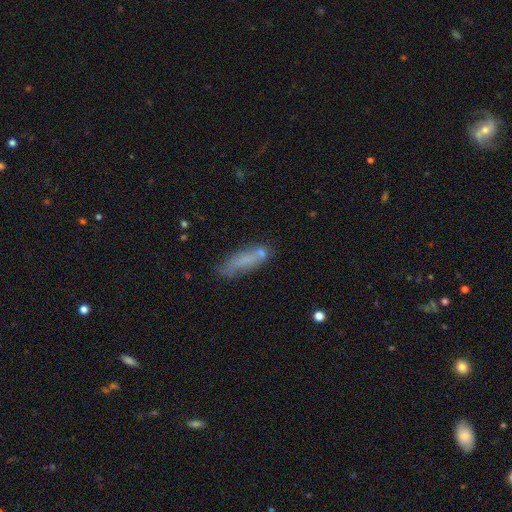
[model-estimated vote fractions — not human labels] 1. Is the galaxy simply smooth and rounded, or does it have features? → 70% smooth, 21% featured or disk, 9% star or artifact.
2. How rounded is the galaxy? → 61% cigar-shaped, 37% in between, 2% round.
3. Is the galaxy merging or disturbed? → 55% none, 23% minor disturbance, 12% merger, 10% major disturbance.